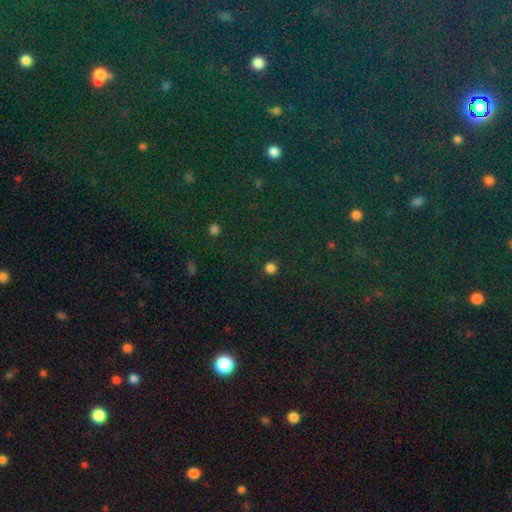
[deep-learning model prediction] Smooth or featured: star or artifact — 77% (smooth — 15%)